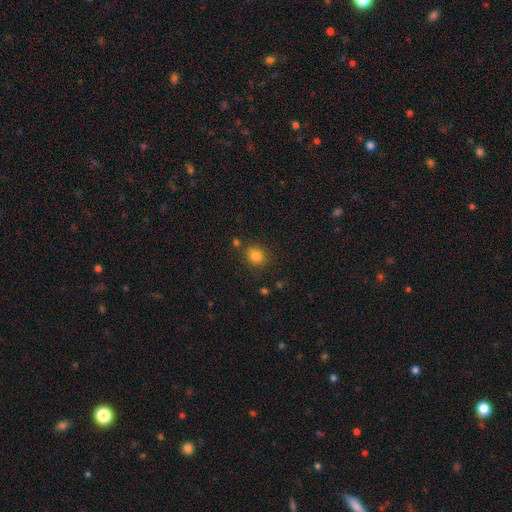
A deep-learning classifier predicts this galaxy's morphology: Q: Smooth or featured?
A: smooth (82%); runner-up: star or artifact (12%)
Q: How rounded?
A: round (71%); runner-up: in between (28%)
Q: Merging?
A: none (76%); runner-up: minor disturbance (13%)